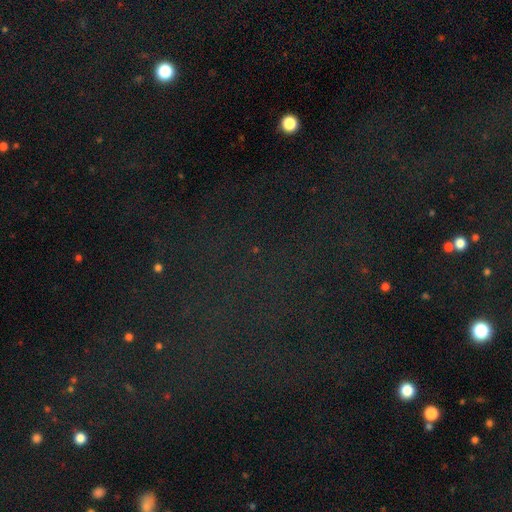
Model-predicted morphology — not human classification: star or artifact 71%, smooth 17%, featured or disk 12%.